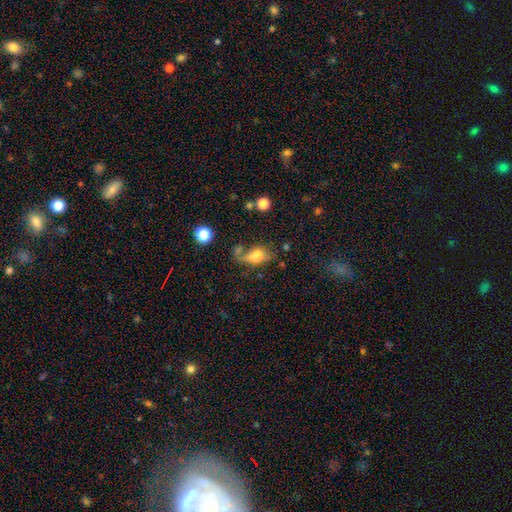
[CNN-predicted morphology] Smooth or featured? Predicted: smooth (p=0.67). How rounded? Predicted: in between (p=0.82). Merging? Predicted: none (p=0.30).